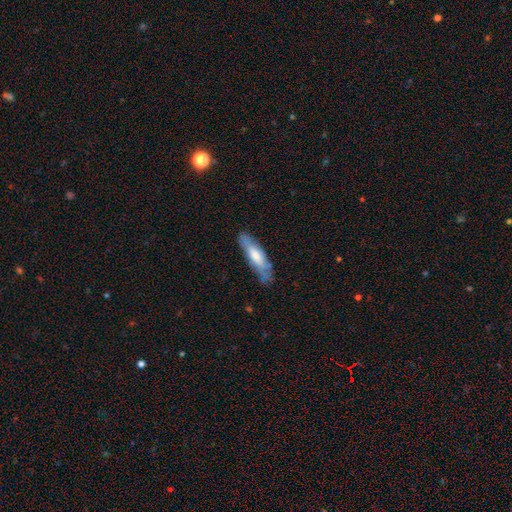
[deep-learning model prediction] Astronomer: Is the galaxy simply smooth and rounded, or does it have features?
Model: smooth — 64%.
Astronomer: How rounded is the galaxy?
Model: cigar-shaped — 67%.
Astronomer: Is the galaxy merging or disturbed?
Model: none — 75%.